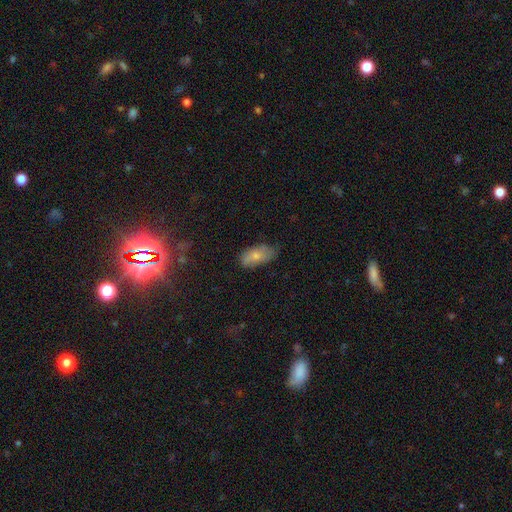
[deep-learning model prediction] This appears to be a smooth galaxy with no disk features (71%) that is in between round and cigar-shaped (91%). Merging: none (58%).